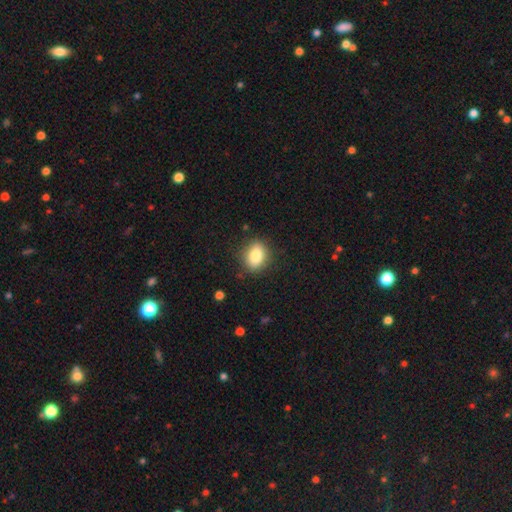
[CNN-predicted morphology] smooth 83%, star or artifact 9%, featured or disk 8%. Down the decision tree: how rounded — in between (52%); merging — none (86%).